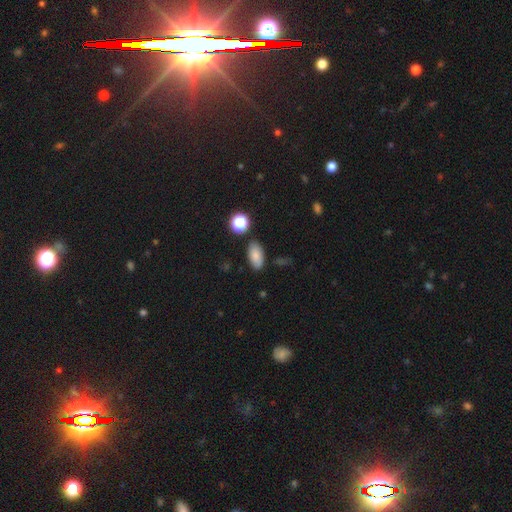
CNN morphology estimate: This is clearly a smooth galaxy (81%). How rounded: clearly in between (91%). Merging: clearly none (82%).